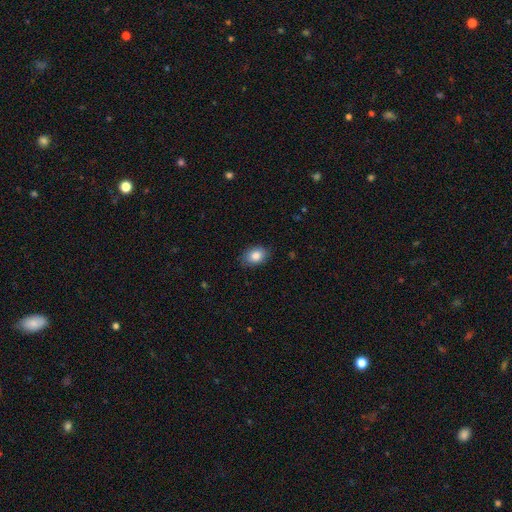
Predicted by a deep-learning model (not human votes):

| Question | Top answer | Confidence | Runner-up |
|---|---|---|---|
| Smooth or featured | smooth | 84% | featured or disk (8%) |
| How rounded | in between | 80% | round (19%) |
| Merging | none | 83% | minor disturbance (14%) |